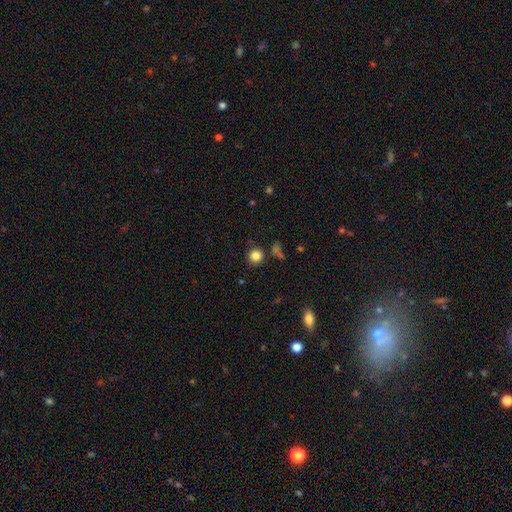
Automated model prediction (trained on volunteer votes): Smooth or featured: smooth — 84% (star or artifact — 12%)
How rounded: round — 93% (in between — 6%)
Merging: none — 83% (minor disturbance — 9%)